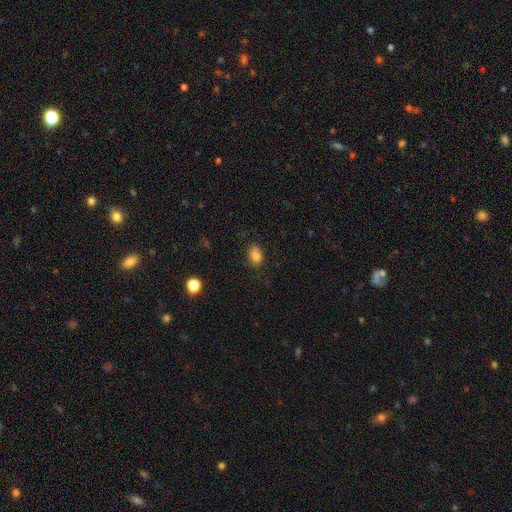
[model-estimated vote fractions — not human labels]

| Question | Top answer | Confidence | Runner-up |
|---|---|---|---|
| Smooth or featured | smooth | 83% | star or artifact (11%) |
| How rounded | in between | 72% | round (27%) |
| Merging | none | 79% | minor disturbance (16%) |